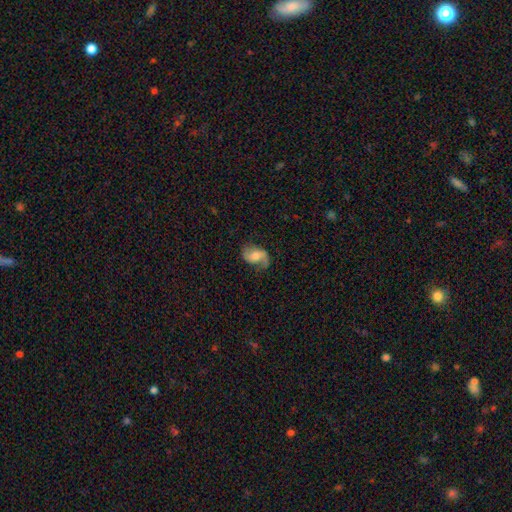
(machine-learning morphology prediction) Smooth or featured?
  - featured or disk: 77% *
  - smooth: 16%
  - star or artifact: 6%
Edge-on disk?
  - no: 97% *
  - yes: 3%
Bar?
  - no: 52% *
  - weak: 39%
  - strong: 10%
Spiral arms?
  - yes: 95% *
  - no: 5%
Spiral winding?
  - loose: 55% *
  - medium: 36%
  - tight: 9%
Spiral arm count?
  - 2: 87% *
  - 1: 7%
  - can't tell: 3%
  - 3: 1%
  - 4: 1%
  - more than 4: 1%
Bulge size?
  - moderate: 56% *
  - small: 24%
  - large: 12%
  - none: 6%
  - dominant: 2%
Merging?
  - none: 71% *
  - minor disturbance: 19%
  - major disturbance: 9%
  - merger: 1%